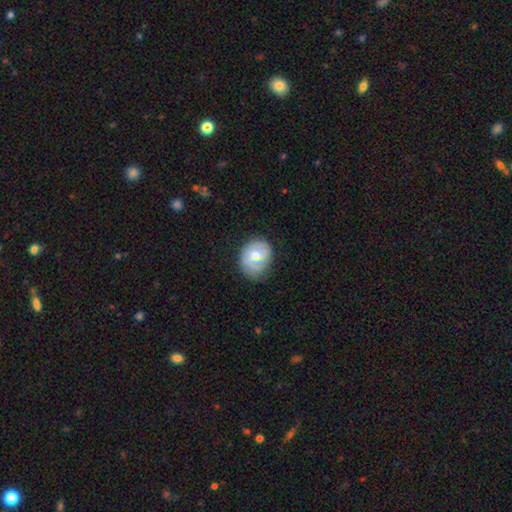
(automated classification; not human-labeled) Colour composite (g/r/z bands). It shows a smooth galaxy with no disk features (48%). Merging: none (71%).